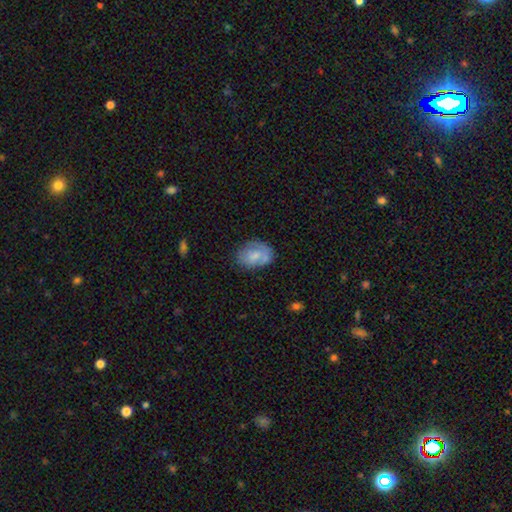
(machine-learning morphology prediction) type=smooth (64%); roundness=in between (73%); merging=none (59%).